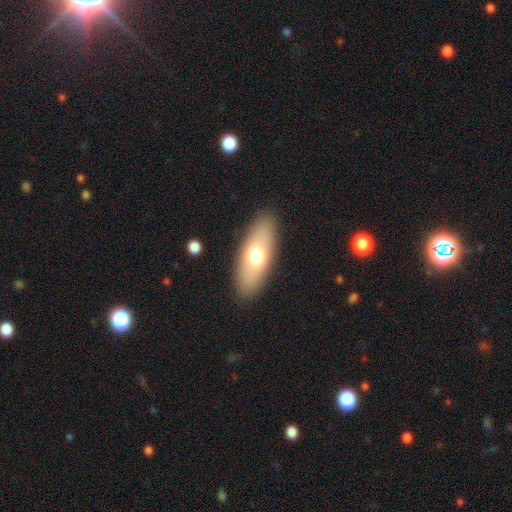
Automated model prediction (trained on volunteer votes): Q: Smooth or featured?
A: smooth (66%); runner-up: featured or disk (27%)
Q: How rounded?
A: in between (75%); runner-up: cigar-shaped (22%)
Q: Merging?
A: none (88%); runner-up: minor disturbance (8%)